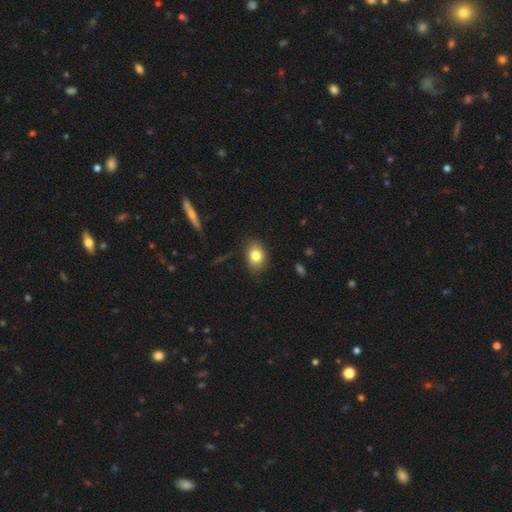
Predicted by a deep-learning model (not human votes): Q: Smooth or featured?
A: smooth (81%); runner-up: featured or disk (10%)
Q: How rounded?
A: in between (68%); runner-up: round (30%)
Q: Merging?
A: none (84%); runner-up: minor disturbance (12%)